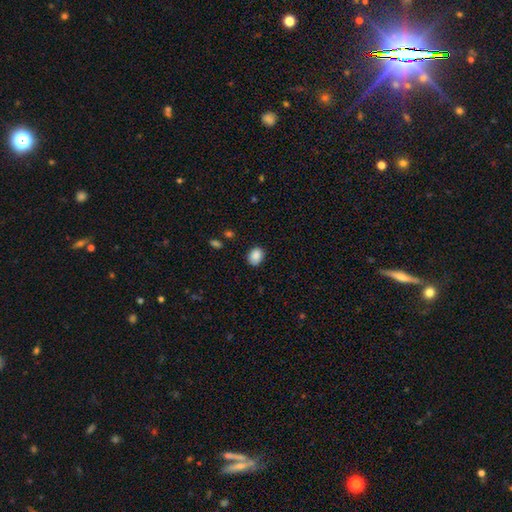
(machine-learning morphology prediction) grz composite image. It shows a smooth galaxy with no disk features (88%) that is in between round and cigar-shaped (60%). Merging: none (83%).